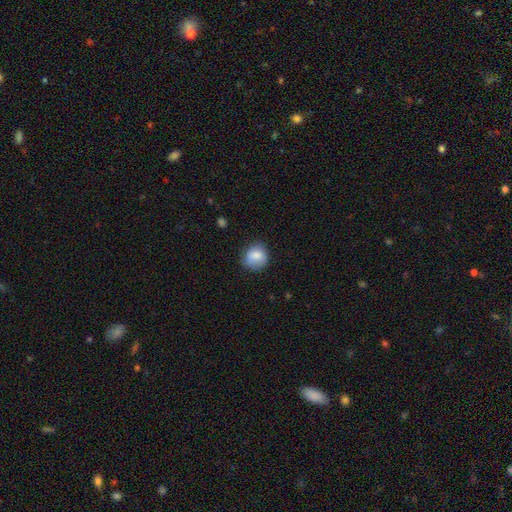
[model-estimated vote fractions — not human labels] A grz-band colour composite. It shows a smooth galaxy with no disk features (82%) that is round (81%). Merging: none (73%).